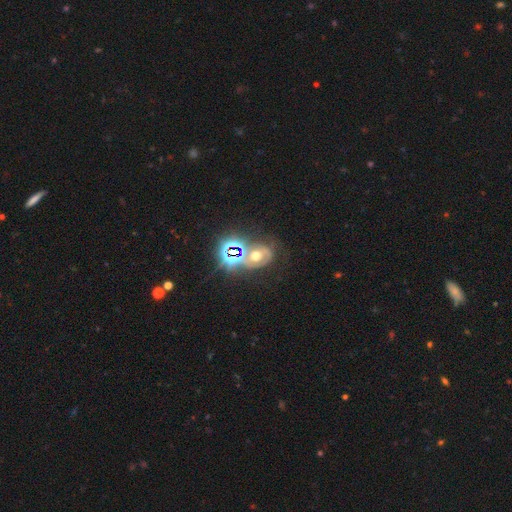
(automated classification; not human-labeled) smooth-or-featured: star or artifact: 38% | featured or disk: 34% | smooth: 28%